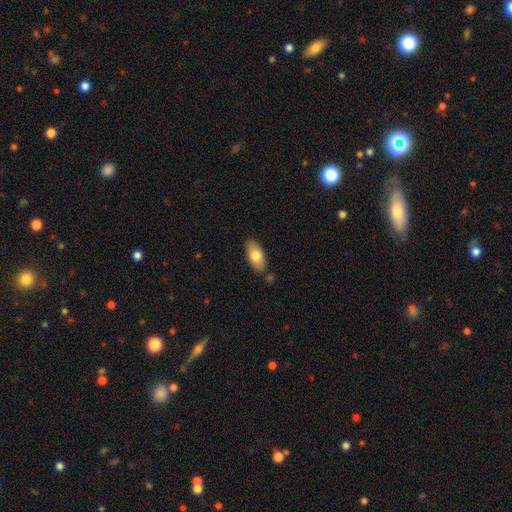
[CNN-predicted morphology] Q: Smooth or featured?
A: smooth (76%); runner-up: featured or disk (18%)
Q: How rounded?
A: in between (91%); runner-up: cigar-shaped (6%)
Q: Merging?
A: none (81%); runner-up: minor disturbance (13%)